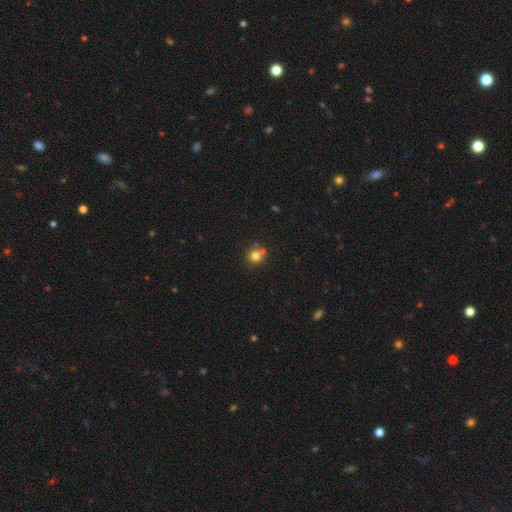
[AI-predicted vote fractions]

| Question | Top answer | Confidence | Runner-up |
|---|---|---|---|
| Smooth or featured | smooth | 78% | star or artifact (13%) |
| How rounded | round | 90% | in between (9%) |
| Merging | none | 65% | merger (22%) |